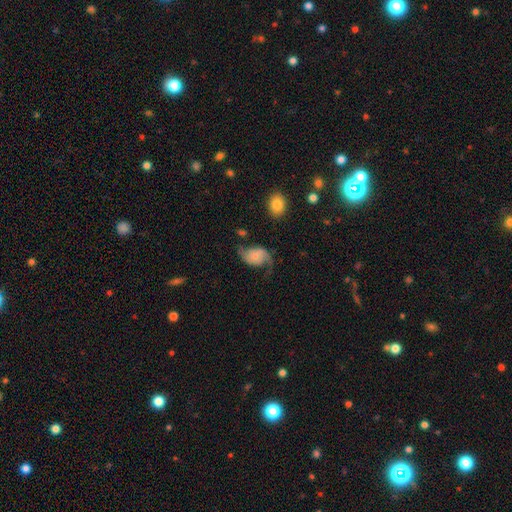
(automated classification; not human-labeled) This appears to be a featured or disk galaxy (72%) with no bar (68%), 2 (87%) loose (67%) spiral arms (93%) and a small central bulge (55%). Merging: none (52%).